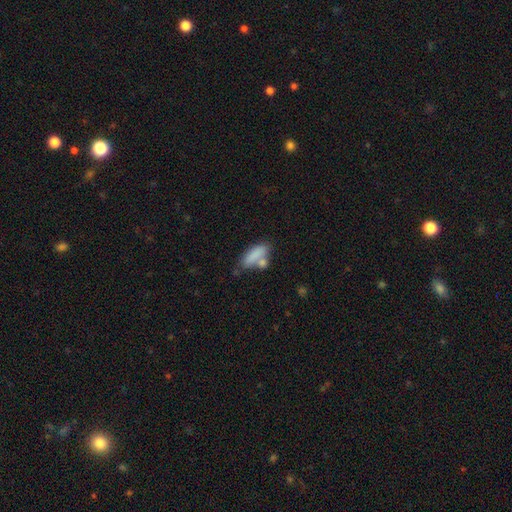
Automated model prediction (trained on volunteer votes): This is clearly a smooth galaxy (82%). How rounded: likely in between (69%). Merging: possibly none (47%).